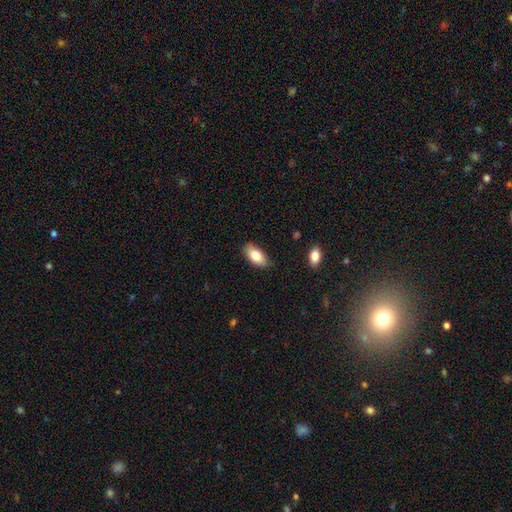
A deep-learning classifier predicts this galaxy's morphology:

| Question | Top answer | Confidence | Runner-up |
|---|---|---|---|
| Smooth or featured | smooth | 80% | featured or disk (13%) |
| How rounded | in between | 90% | cigar-shaped (6%) |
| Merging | none | 81% | minor disturbance (15%) |